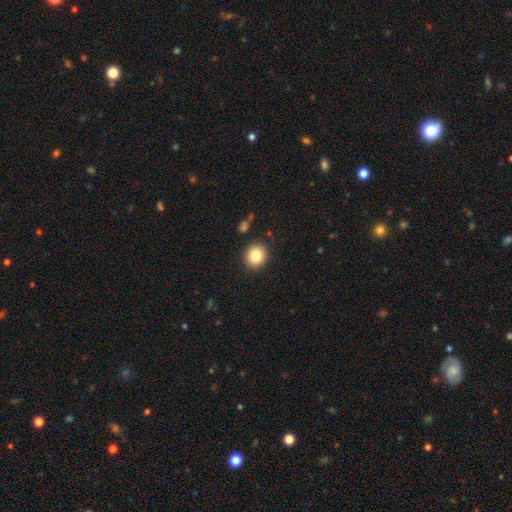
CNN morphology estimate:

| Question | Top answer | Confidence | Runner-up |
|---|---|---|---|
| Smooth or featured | smooth | 85% | star or artifact (9%) |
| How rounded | round | 83% | in between (16%) |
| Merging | none | 89% | minor disturbance (7%) |